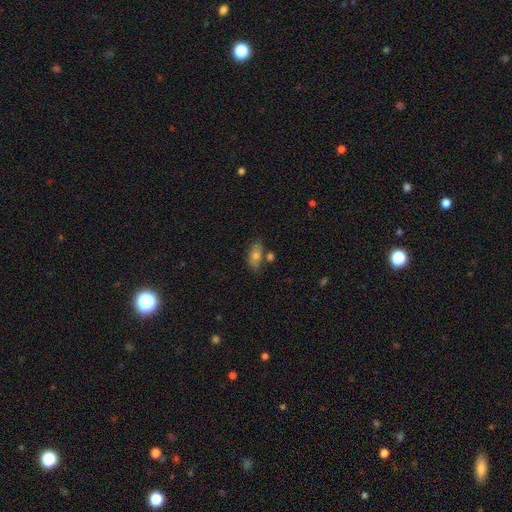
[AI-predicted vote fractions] smooth_or_featured: smooth (p=0.65) [alt: featured or disk p=0.24]
how_rounded: in between (p=0.87) [alt: round p=0.07]
merging: none (p=0.66) [alt: minor disturbance p=0.17]